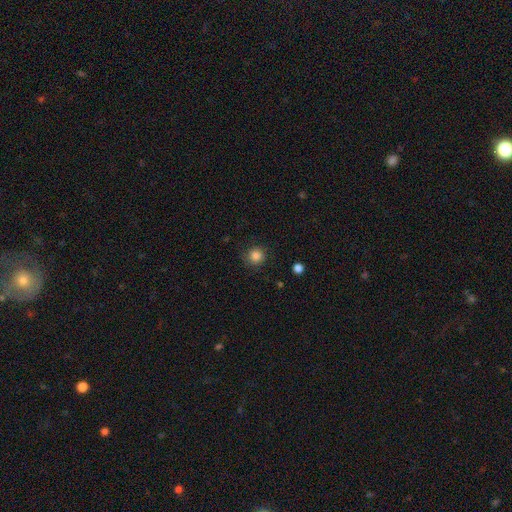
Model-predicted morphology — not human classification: This is clearly a smooth galaxy (85%). How rounded: clearly round (93%). Merging: clearly none (86%).